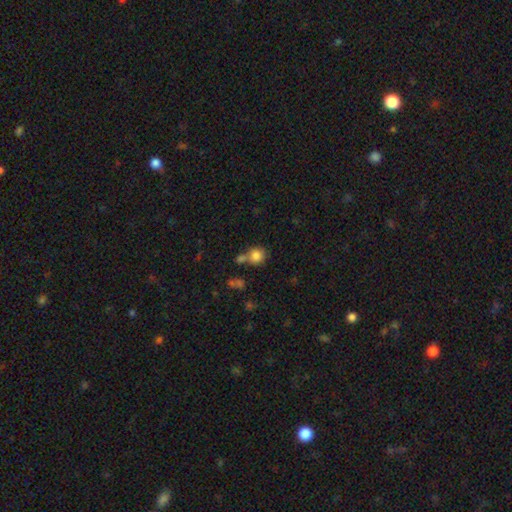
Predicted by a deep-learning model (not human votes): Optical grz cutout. It shows a smooth galaxy with no disk features (83%) that is round (86%). Merging: none (58%).